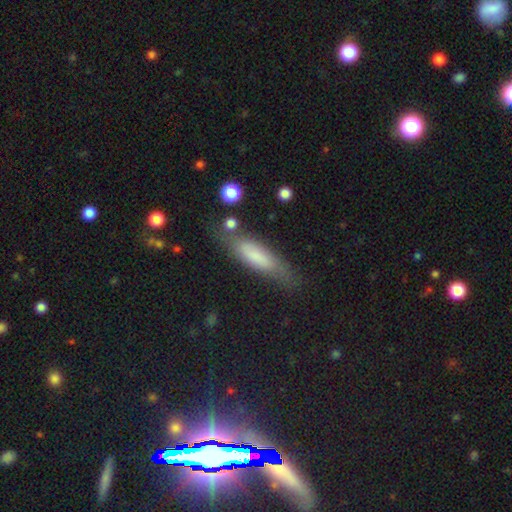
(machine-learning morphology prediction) A smooth galaxy with no disk features (71%) that is cigar-shaped (63%). Merging: none (70%).